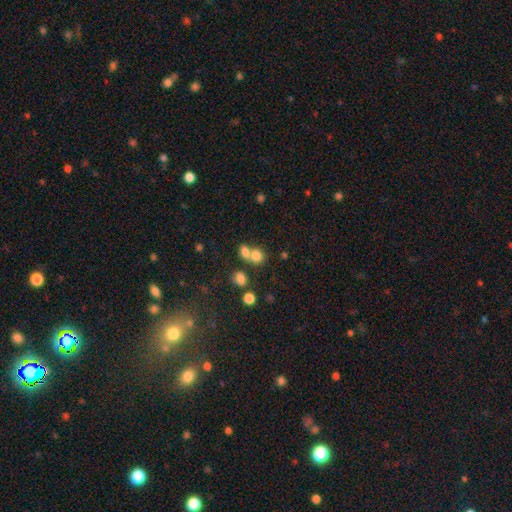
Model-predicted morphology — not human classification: type=smooth (76%); roundness=round (72%); merging=merger (51%).